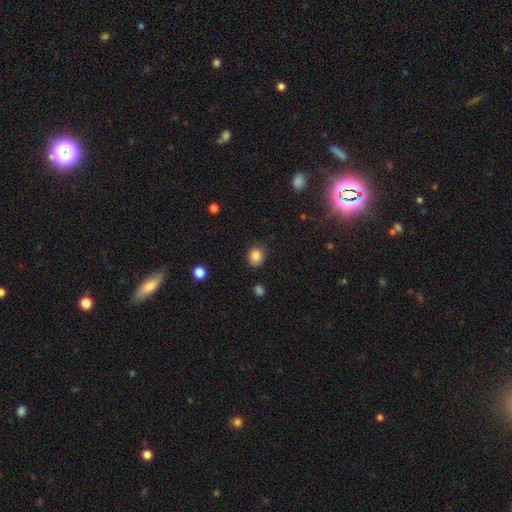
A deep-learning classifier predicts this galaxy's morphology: This appears to be a smooth galaxy with no disk features (86%) that is round (71%). Merging: none (80%).